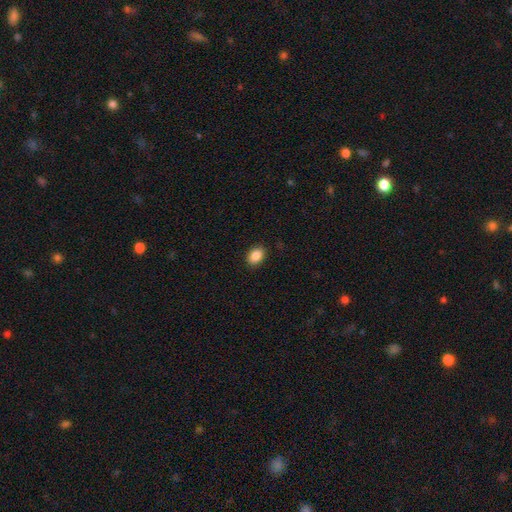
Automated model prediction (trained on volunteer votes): Smooth or featured?
  - smooth: 87% *
  - star or artifact: 9%
  - featured or disk: 4%
How rounded?
  - in between: 72% *
  - round: 27%
  - cigar-shaped: 1%
Merging?
  - none: 89% *
  - minor disturbance: 8%
  - major disturbance: 2%
  - merger: 1%